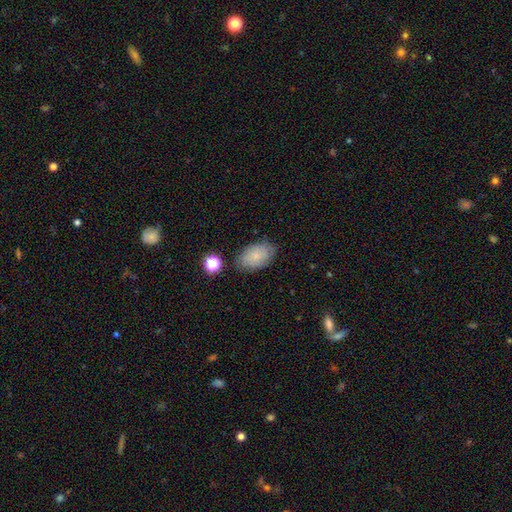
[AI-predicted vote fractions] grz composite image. It shows a smooth galaxy with no disk features (72%) that is in between round and cigar-shaped (90%). Merging: none (77%).